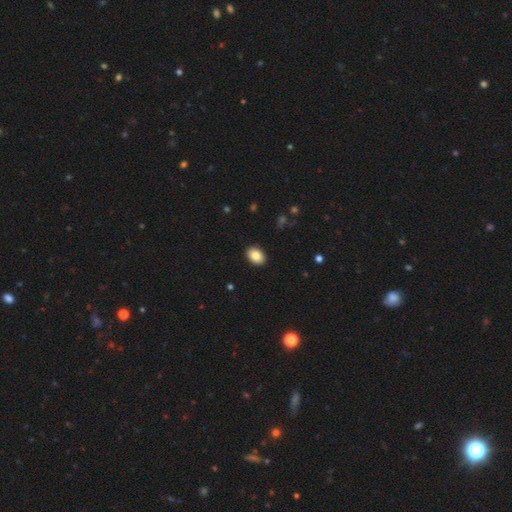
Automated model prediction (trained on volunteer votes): A smooth galaxy with no disk features (85%) that is in between round and cigar-shaped (75%).

Vote fractions:
- Smooth or featured? smooth: 85% / star or artifact: 8% / featured or disk: 7%
- How rounded? in between: 75% / round: 24% / cigar-shaped: 1%
- Merging? none: 91% / minor disturbance: 6% / major disturbance: 2% / merger: 1%